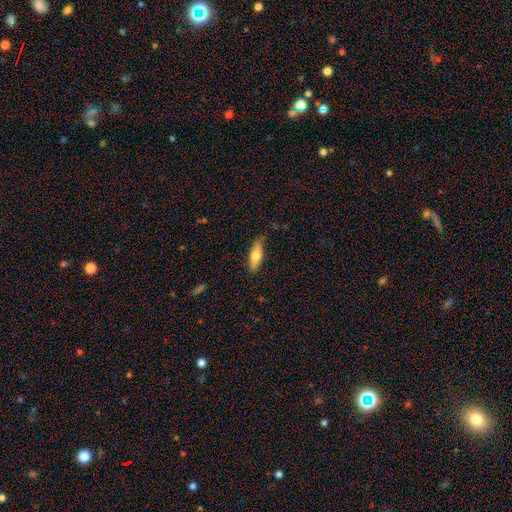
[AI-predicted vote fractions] smooth-or-featured: smooth: 65% | featured or disk: 29% | star or artifact: 6%
  how-rounded: cigar-shaped: 54% | in between: 44% | round: 2%
  merging: none: 82% | minor disturbance: 14% | major disturbance: 3% | merger: 1%